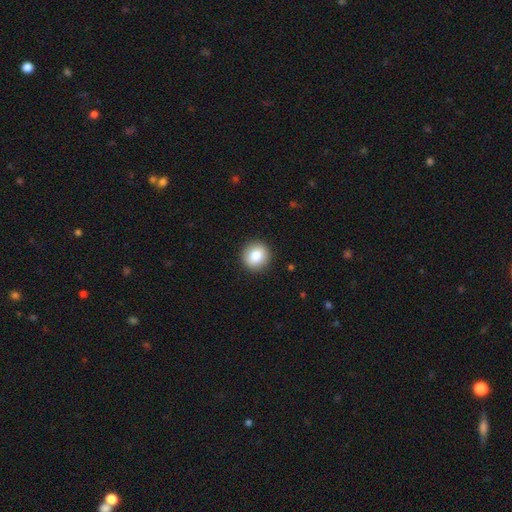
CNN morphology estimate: The model was most divided on "smooth or featured": smooth: 85%, star or artifact: 8%, featured or disk: 7%. More confident: merging — none (92%); how rounded — round (91%).